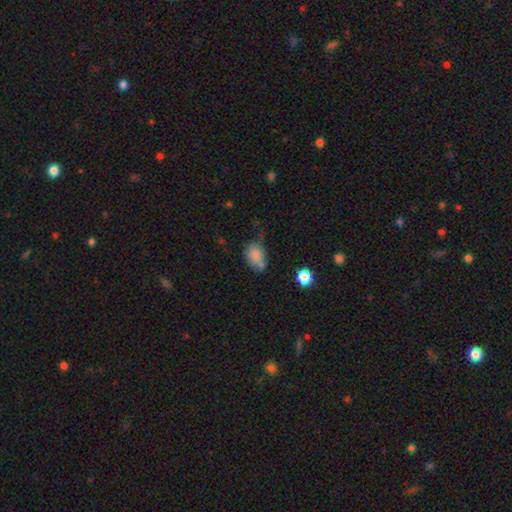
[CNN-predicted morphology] Smooth or featured?
  - smooth: 82% *
  - star or artifact: 10%
  - featured or disk: 9%
How rounded?
  - in between: 79% *
  - round: 20%
  - cigar-shaped: 1%
Merging?
  - none: 45% *
  - minor disturbance: 31%
  - merger: 14%
  - major disturbance: 10%